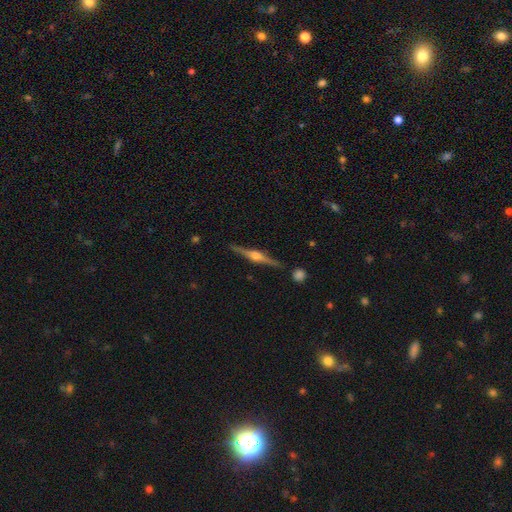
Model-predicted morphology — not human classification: smooth-or-featured: featured or disk: 84% | smooth: 10% | star or artifact: 5%
  disk-edge-on: yes: 98% | no: 2%
    edge-on-bulge: rounded: 91% | boxy: 7% | none: 2%
  merging: none: 89% | minor disturbance: 7% | merger: 2% | major disturbance: 2%